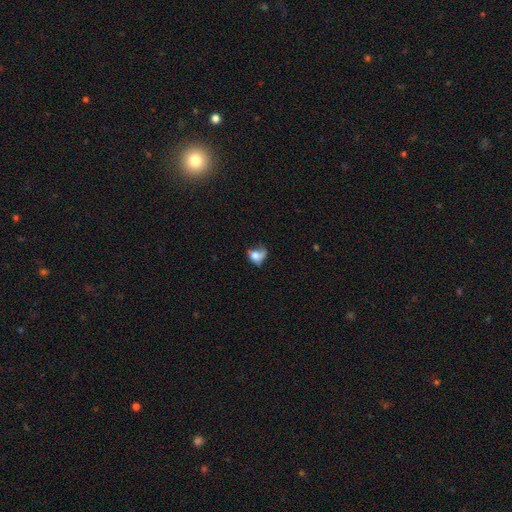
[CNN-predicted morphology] The model was most divided on "merging": major disturbance: 39%, minor disturbance: 29%, none: 26%, merger: 6%. More confident: how rounded — in between (61%); smooth or featured — smooth (60%).